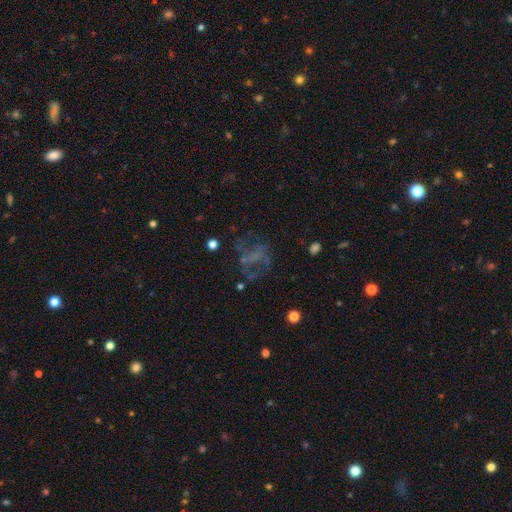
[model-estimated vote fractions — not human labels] Smooth or featured: featured or disk — 48% (smooth — 29%)
Merging: none — 46% (major disturbance — 33%)